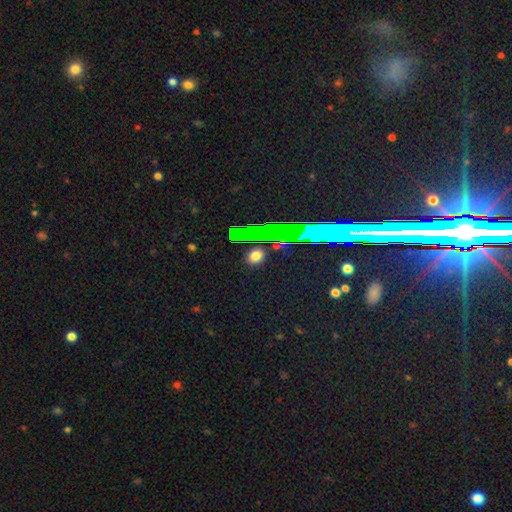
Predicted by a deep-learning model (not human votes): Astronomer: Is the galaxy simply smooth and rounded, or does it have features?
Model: smooth — 65%.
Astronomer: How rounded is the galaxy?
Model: round — 62%.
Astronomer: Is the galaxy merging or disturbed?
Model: none — 88%.